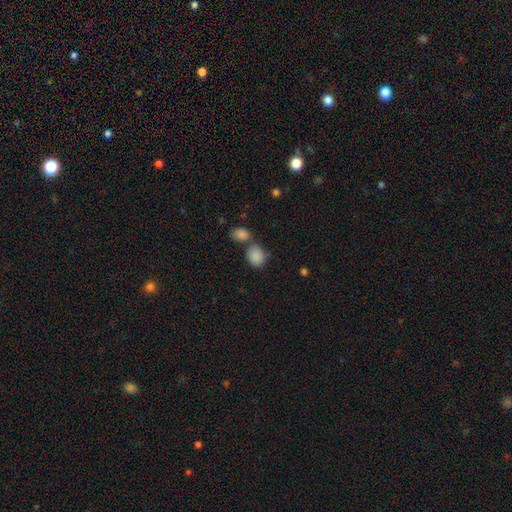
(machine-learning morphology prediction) smooth-or-featured: smooth: 87% | star or artifact: 8% | featured or disk: 5%
  how-rounded: in between: 50% | round: 48% | cigar-shaped: 1%
  merging: none: 53% | merger: 30% | minor disturbance: 13% | major disturbance: 4%